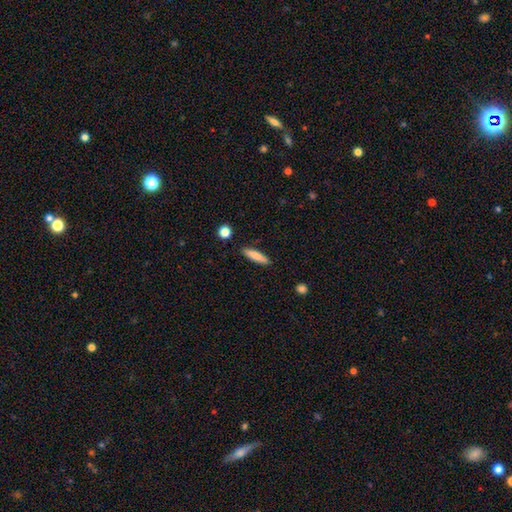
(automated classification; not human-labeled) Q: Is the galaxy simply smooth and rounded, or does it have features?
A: smooth — 81%.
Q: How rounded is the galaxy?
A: cigar-shaped — 79%.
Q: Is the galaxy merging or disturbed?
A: none — 89%.